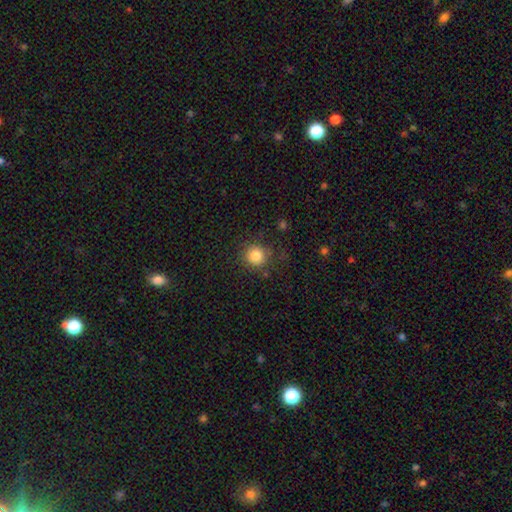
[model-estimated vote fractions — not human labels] Smooth or featured: smooth — 83% (star or artifact — 11%)
How rounded: round — 92% (in between — 7%)
Merging: none — 82% (minor disturbance — 12%)